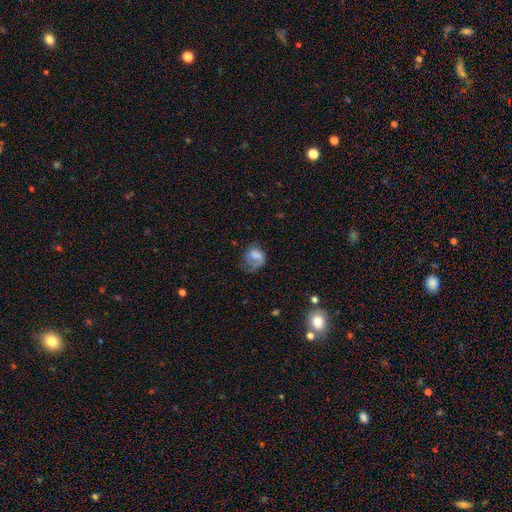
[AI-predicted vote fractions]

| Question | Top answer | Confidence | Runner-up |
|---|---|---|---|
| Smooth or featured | smooth | 57% | featured or disk (33%) |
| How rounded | in between | 52% | round (47%) |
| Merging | major disturbance | 44% | none (29%) |